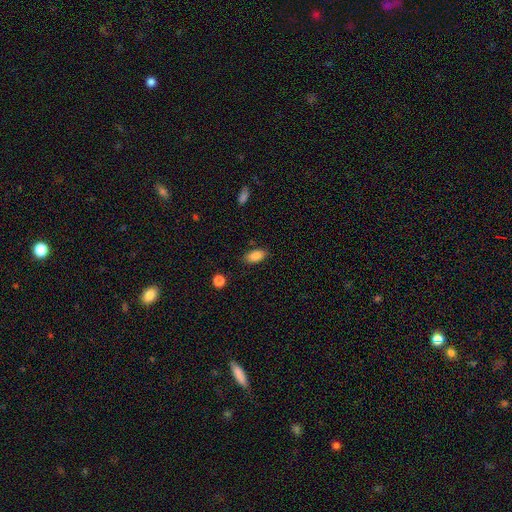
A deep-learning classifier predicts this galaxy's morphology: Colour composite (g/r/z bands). It shows a smooth galaxy with no disk features (85%) that is in between round and cigar-shaped (92%). Merging: none (85%).